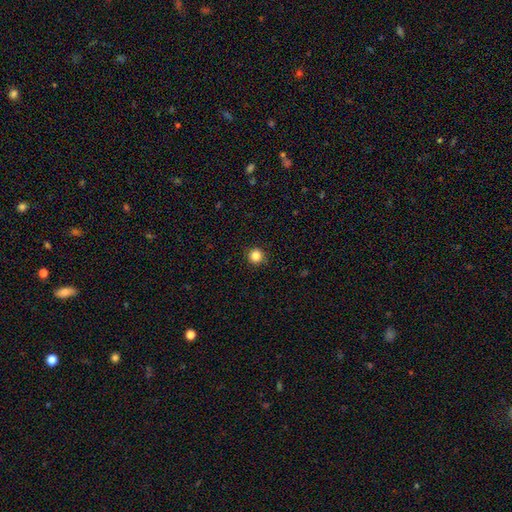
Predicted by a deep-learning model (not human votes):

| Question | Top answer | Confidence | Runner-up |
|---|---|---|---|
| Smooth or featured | smooth | 84% | star or artifact (11%) |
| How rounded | round | 95% | in between (4%) |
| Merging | none | 91% | minor disturbance (6%) |